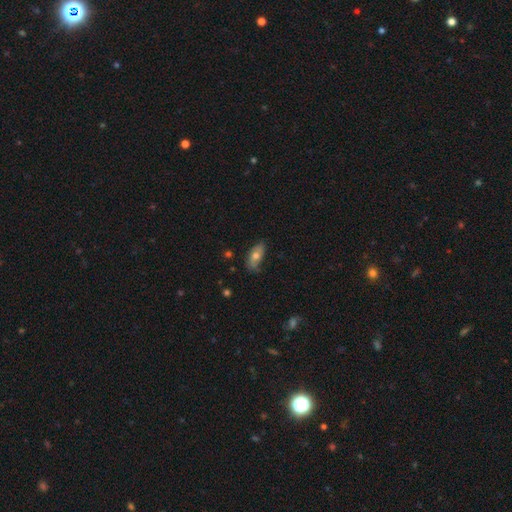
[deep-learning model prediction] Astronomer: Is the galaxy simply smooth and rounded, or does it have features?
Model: smooth — 64%.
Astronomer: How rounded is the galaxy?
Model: in between — 86%.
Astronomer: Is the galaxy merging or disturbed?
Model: none — 68%.